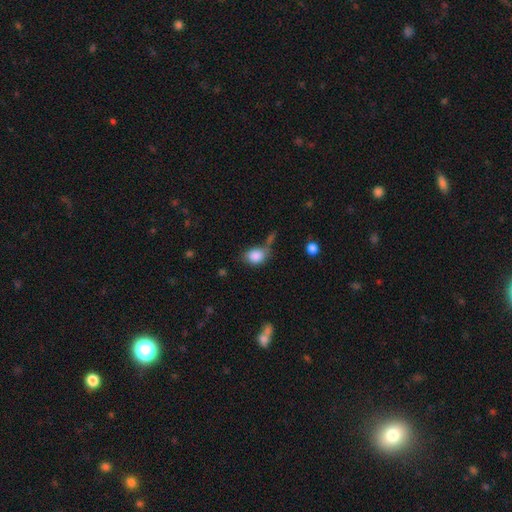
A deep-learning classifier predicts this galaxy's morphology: Smooth or featured? smooth (86%)
How rounded? in between (53%)
Merging? none (49%)